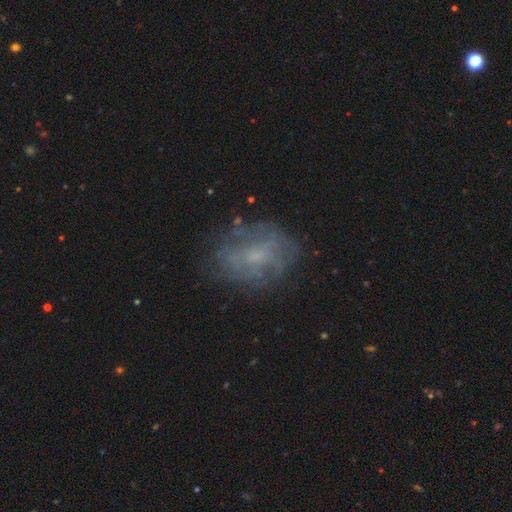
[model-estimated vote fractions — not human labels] A featured or disk galaxy (50%). Merging: none (69%).